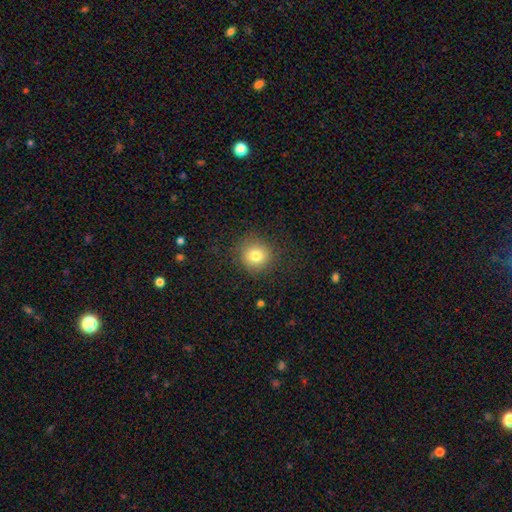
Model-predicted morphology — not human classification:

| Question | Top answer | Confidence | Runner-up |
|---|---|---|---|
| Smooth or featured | smooth | 79% | star or artifact (11%) |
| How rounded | round | 91% | in between (8%) |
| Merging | none | 85% | minor disturbance (10%) |